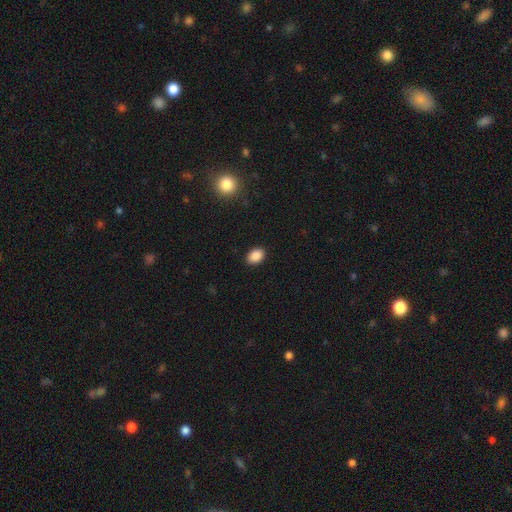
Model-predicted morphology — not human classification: A smooth galaxy with no disk features (89%) that is in between round and cigar-shaped (81%). Merging: none (89%).